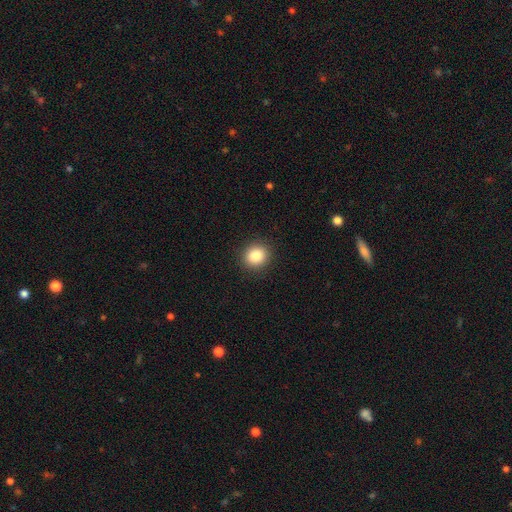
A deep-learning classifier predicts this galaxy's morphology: A smooth galaxy with no disk features (85%) that is round (82%).

Vote fractions:
- Smooth or featured? smooth: 85% / star or artifact: 10% / featured or disk: 5%
- How rounded? round: 82% / in between: 17% / cigar-shaped: 1%
- Merging? none: 91% / minor disturbance: 6% / major disturbance: 2% / merger: 1%